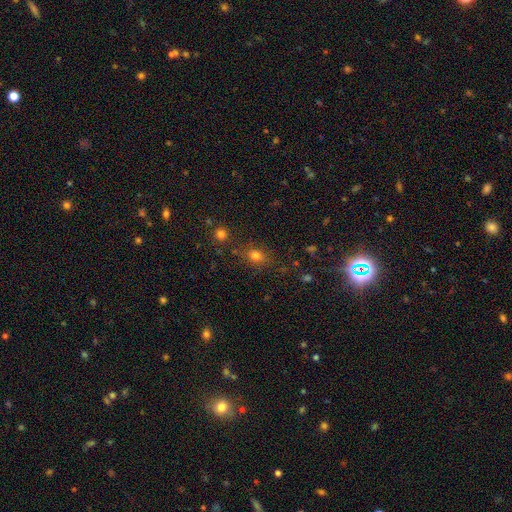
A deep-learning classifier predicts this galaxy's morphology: A smooth galaxy with no disk features (75%) that is round (51%).

Vote fractions:
- Smooth or featured? smooth: 75% / star or artifact: 17% / featured or disk: 8%
- How rounded? round: 51% / in between: 47% / cigar-shaped: 2%
- Merging? none: 76% / minor disturbance: 14% / merger: 5% / major disturbance: 5%